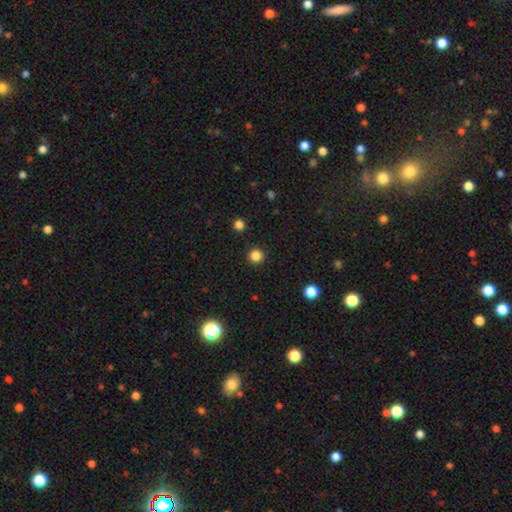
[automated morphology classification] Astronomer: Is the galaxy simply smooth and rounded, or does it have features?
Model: smooth — 84%.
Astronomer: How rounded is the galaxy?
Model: round — 95%.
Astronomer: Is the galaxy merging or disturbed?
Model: none — 93%.